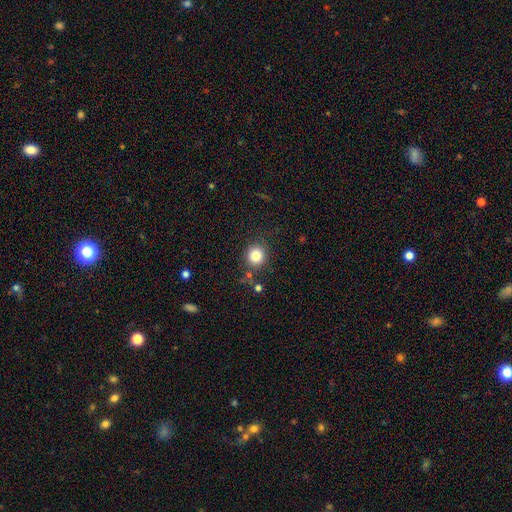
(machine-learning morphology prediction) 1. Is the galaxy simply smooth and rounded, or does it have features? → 82% smooth, 12% star or artifact, 6% featured or disk.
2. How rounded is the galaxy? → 90% round, 9% in between, 1% cigar-shaped.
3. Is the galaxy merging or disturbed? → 84% none, 9% minor disturbance, 4% merger, 3% major disturbance.